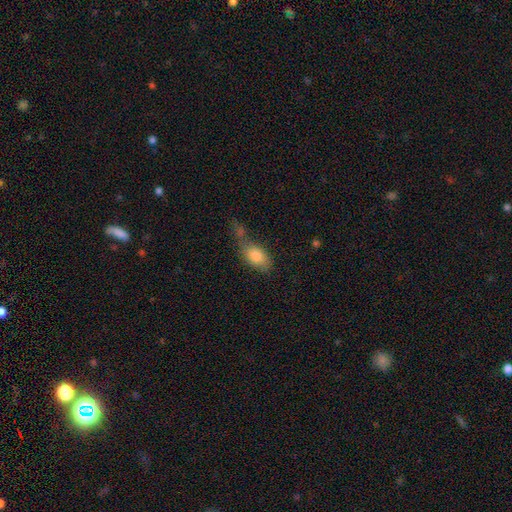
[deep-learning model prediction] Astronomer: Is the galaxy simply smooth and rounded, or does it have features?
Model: smooth — 80%.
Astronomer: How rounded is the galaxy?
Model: in between — 87%.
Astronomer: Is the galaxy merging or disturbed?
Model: none — 33% (runner-up: merger, 29%).